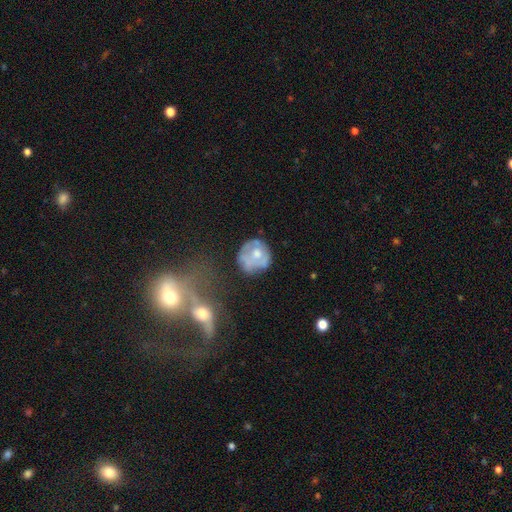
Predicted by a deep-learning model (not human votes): Smooth or featured: smooth — 48% (featured or disk — 44%)
Merging: none — 54% (minor disturbance — 26%)